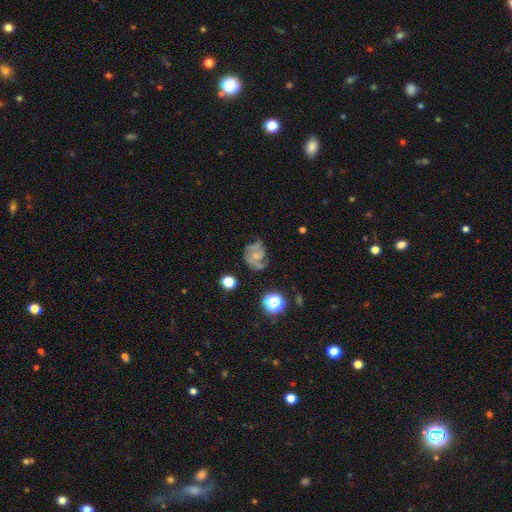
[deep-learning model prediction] This appears to be a featured or disk galaxy (72%) with no bar (70%), 2 (42%) medium (49%) spiral arms (90%) and a small central bulge (62%). Merging: none (56%).